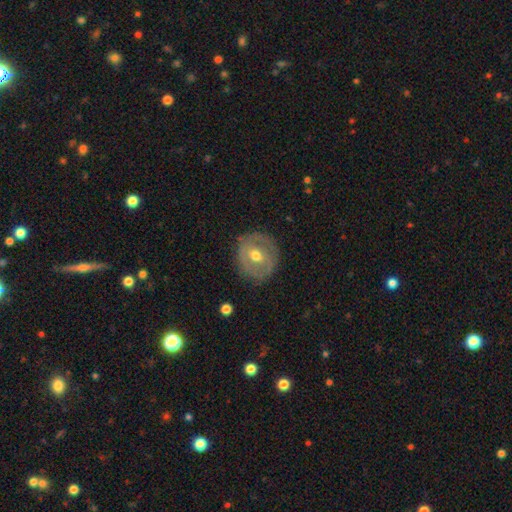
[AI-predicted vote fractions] smooth-or-featured: featured or disk: 54% | smooth: 40% | star or artifact: 6%
  disk-edge-on: no: 95% | yes: 5%
    bar: no: 57% | weak: 33% | strong: 10%
    has-spiral-arms: no: 68% | yes: 32%
    bulge-size: moderate: 79% | small: 13% | large: 6% | none: 1% | dominant: 1%
  merging: none: 79% | minor disturbance: 15% | major disturbance: 5% | merger: 1%